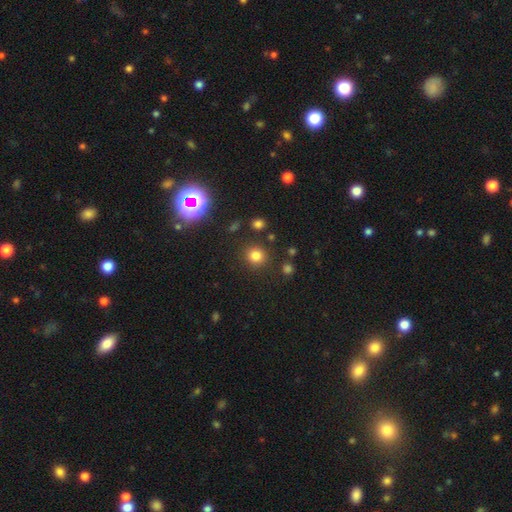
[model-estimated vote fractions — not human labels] Smooth or featured? Predicted: smooth (p=0.79). How rounded? Predicted: round (p=0.88). Merging? Predicted: none (p=0.87).